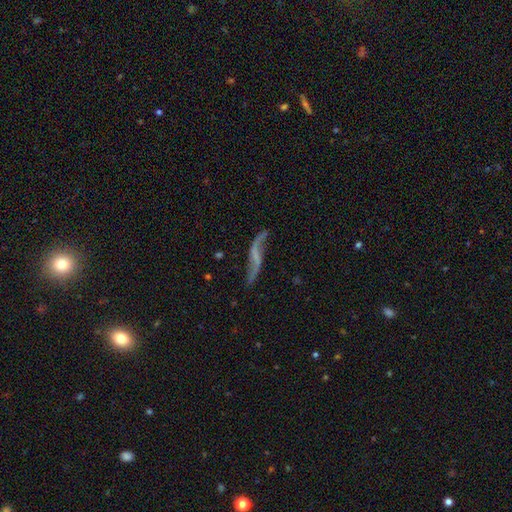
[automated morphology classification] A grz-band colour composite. It shows a featured or disk galaxy (81%) with no bar (44%), 2 (91%) loose (93%) spiral arms (90%) and no central bulge (66%). Merging: none (66%).